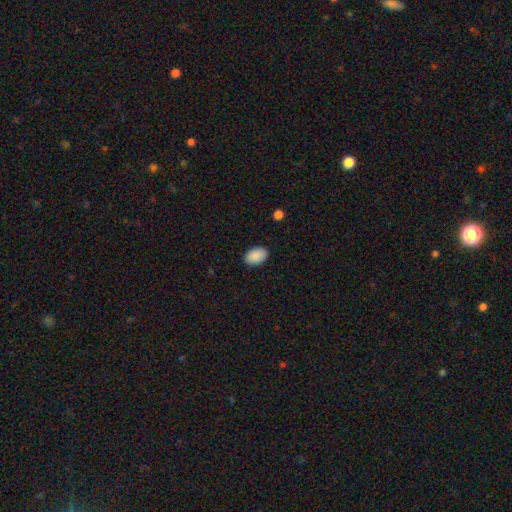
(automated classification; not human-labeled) Overall: smooth (91%). How rounded: in between (92%). Merging: none (89%).